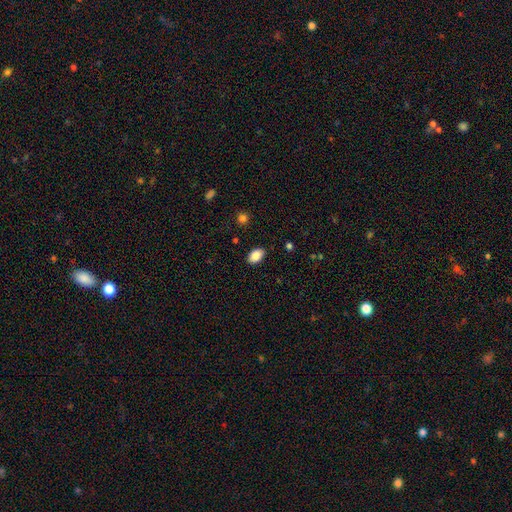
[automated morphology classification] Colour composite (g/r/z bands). It shows a smooth galaxy with no disk features (86%) that is in between round and cigar-shaped (91%). Merging: none (88%).